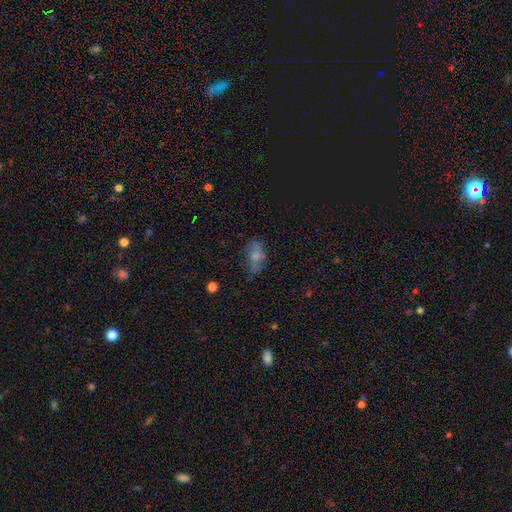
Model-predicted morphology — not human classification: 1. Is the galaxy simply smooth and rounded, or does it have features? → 55% smooth, 33% featured or disk, 11% star or artifact.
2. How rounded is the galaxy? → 85% in between, 12% round, 4% cigar-shaped.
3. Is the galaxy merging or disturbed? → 55% none, 27% minor disturbance, 15% major disturbance, 3% merger.